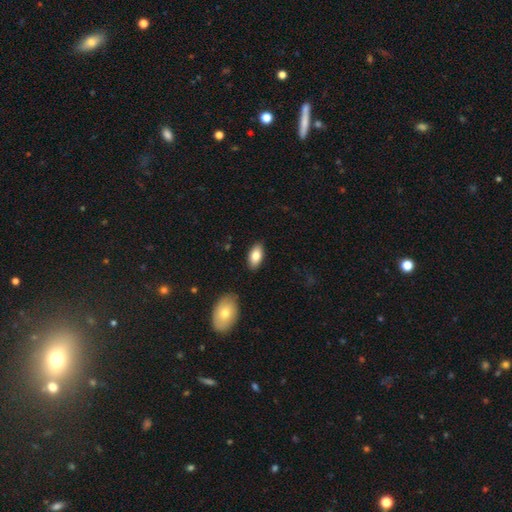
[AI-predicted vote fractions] Overall: smooth (81%). How rounded: in between (93%). Merging: none (86%).